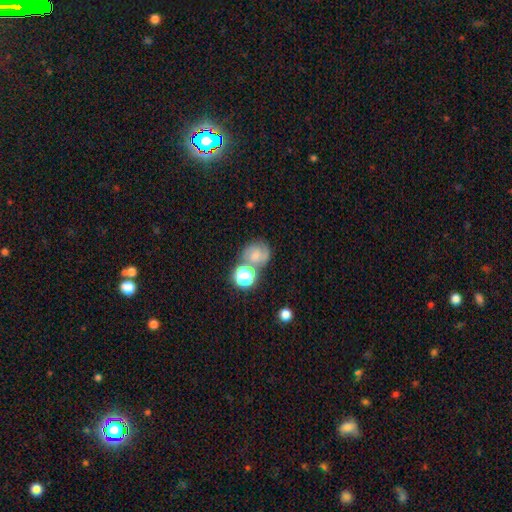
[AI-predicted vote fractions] smooth 57%, featured or disk 27%, star or artifact 15%. Down the decision tree: how rounded — round (76%); merging — none (48%).